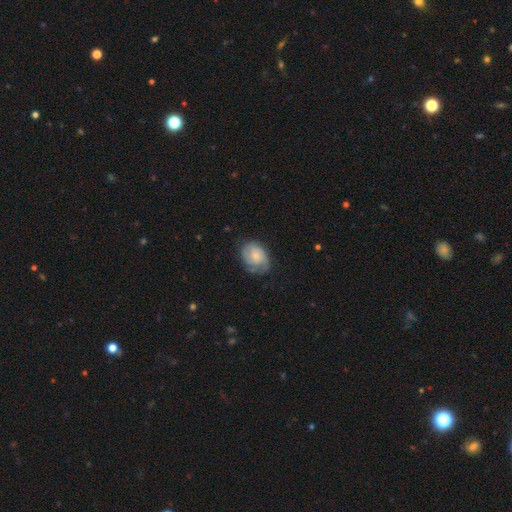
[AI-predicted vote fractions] Morphology: type=smooth (50%); merging=none (59%).